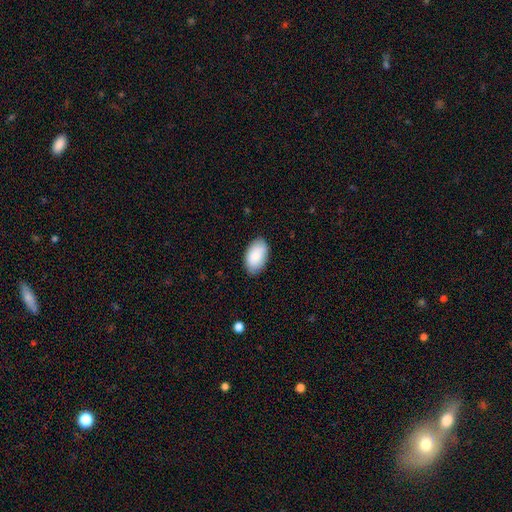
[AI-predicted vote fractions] Smooth or featured? smooth (89%)
How rounded? in between (95%)
Merging? none (85%)